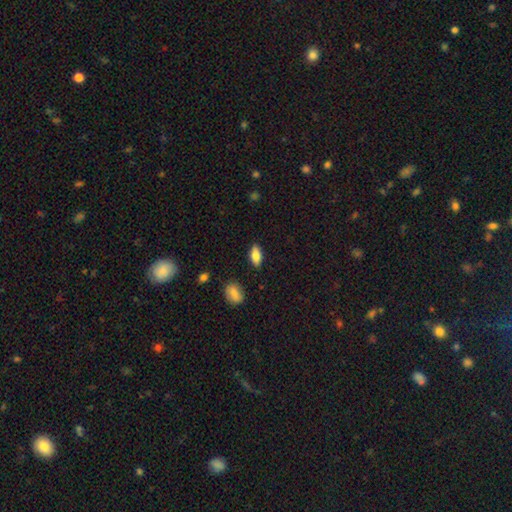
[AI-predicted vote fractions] Morphology: type=smooth (79%); roundness=in between (85%); merging=none (87%).